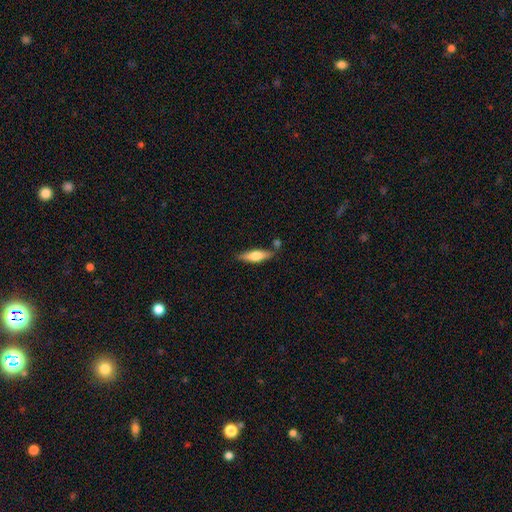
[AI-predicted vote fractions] smooth_or_featured: smooth (p=0.61) [alt: featured or disk p=0.33]
how_rounded: cigar-shaped (p=0.56) [alt: in between p=0.42]
merging: none (p=0.71) [alt: minor disturbance p=0.16]